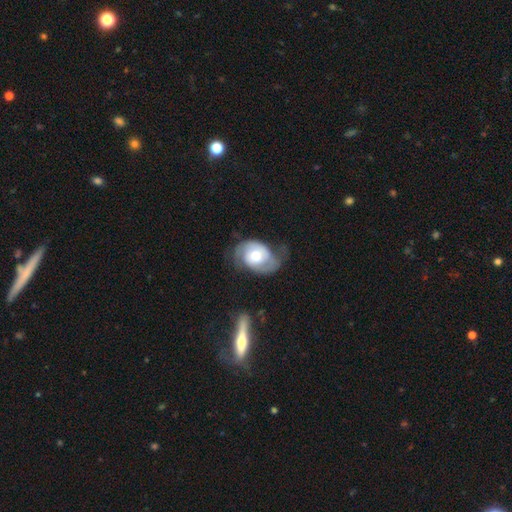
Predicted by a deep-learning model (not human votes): A featured or disk galaxy (65%) with no bar (73%), 2 (75%) medium (39%) spiral arms (80%) and a moderate central bulge (66%). Merging: none (43%).